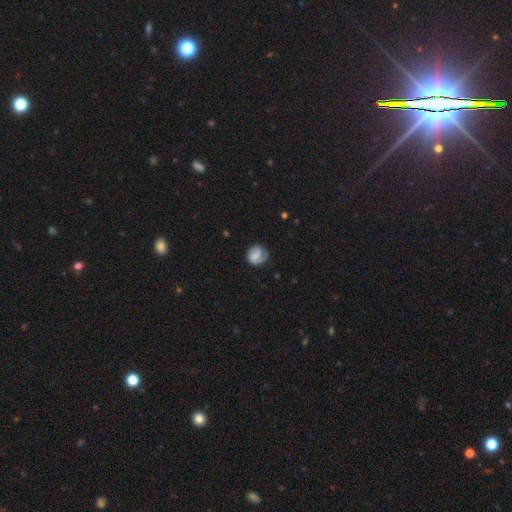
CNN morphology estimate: Overall: smooth (52%; featured or disk 40%). How rounded: round (78%). Merging: none (61%; minor disturbance 24%).